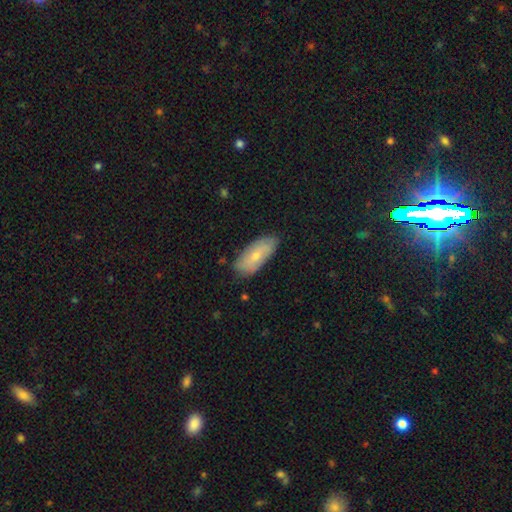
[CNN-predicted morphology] smooth-or-featured: smooth: 63% | featured or disk: 31% | star or artifact: 6%
  how-rounded: in between: 86% | cigar-shaped: 11% | round: 2%
  merging: none: 77% | minor disturbance: 18% | major disturbance: 3% | merger: 1%